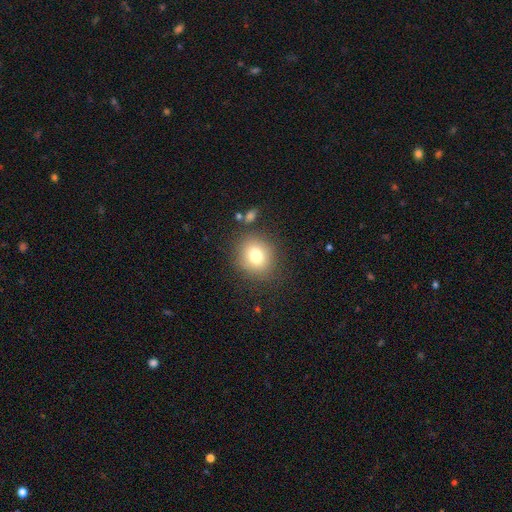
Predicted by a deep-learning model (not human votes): Smooth or featured?
  - smooth: 77% *
  - star or artifact: 12%
  - featured or disk: 11%
How rounded?
  - round: 79% *
  - in between: 20%
  - cigar-shaped: 1%
Merging?
  - none: 83% *
  - minor disturbance: 10%
  - major disturbance: 4%
  - merger: 3%